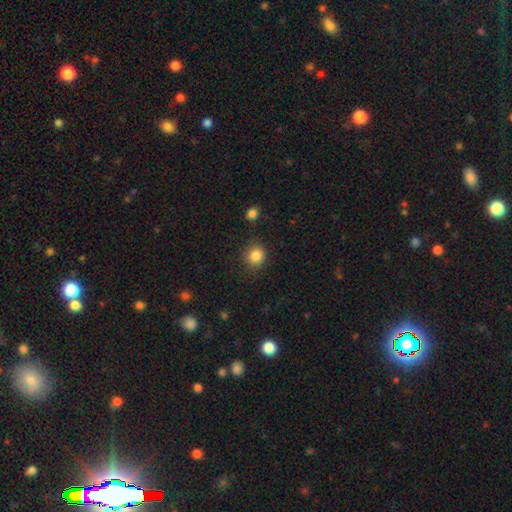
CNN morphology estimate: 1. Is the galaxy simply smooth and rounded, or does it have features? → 85% smooth, 10% star or artifact, 5% featured or disk.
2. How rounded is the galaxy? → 85% round, 14% in between, 1% cigar-shaped.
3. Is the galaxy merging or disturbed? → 85% none, 9% minor disturbance, 3% major disturbance, 2% merger.